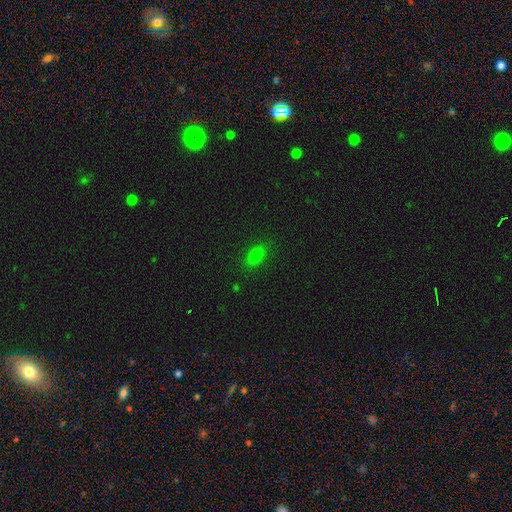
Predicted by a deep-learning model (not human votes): Smooth or featured: smooth — 77% (star or artifact — 15%)
How rounded: in between — 80% (round — 13%)
Merging: none — 84% (minor disturbance — 12%)